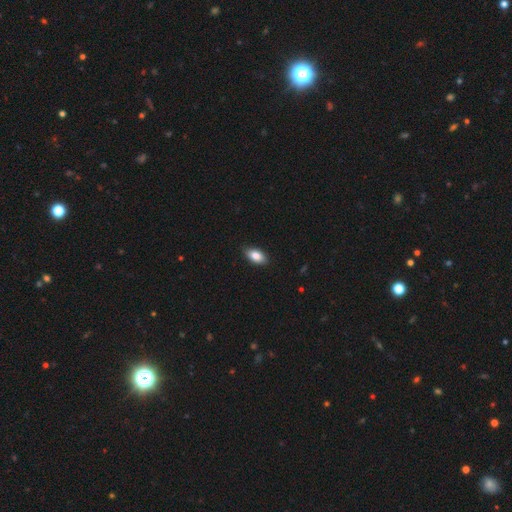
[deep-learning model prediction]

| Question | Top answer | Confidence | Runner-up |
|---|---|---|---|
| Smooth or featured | smooth | 84% | featured or disk (8%) |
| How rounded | in between | 92% | round (5%) |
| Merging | none | 87% | minor disturbance (10%) |